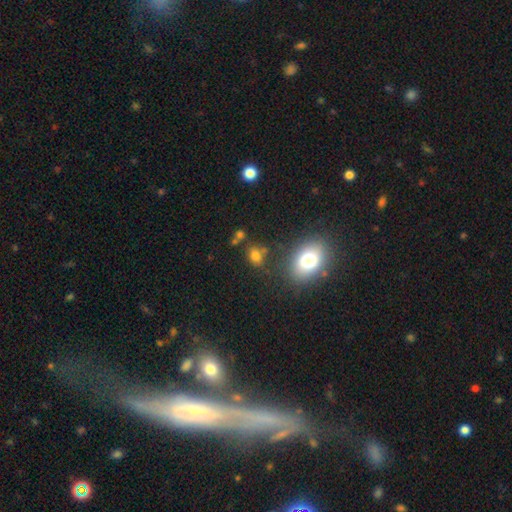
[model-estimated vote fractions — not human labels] Q: Smooth or featured?
A: smooth (73%); runner-up: star or artifact (17%)
Q: How rounded?
A: in between (65%); runner-up: round (33%)
Q: Merging?
A: none (66%); runner-up: minor disturbance (15%)